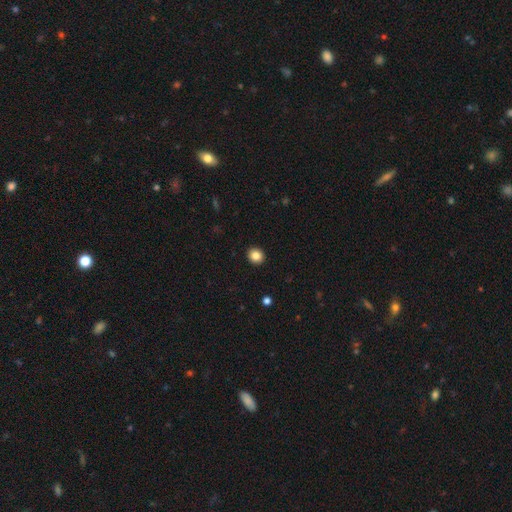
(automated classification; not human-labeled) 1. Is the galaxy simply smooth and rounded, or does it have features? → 85% smooth, 10% star or artifact, 5% featured or disk.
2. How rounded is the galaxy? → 81% round, 18% in between, 1% cigar-shaped.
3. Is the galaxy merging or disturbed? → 93% none, 5% minor disturbance, 2% major disturbance, 1% merger.